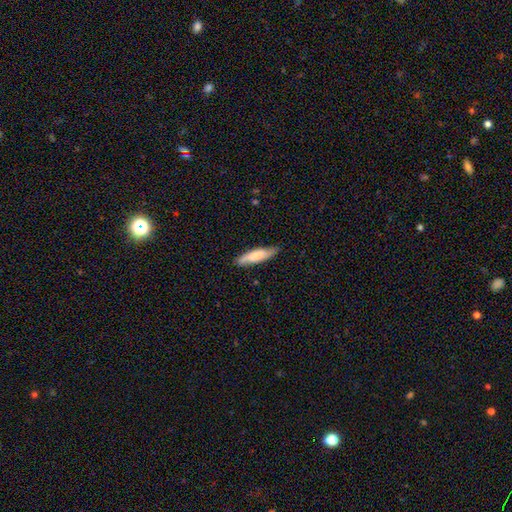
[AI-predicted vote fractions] Q: Smooth or featured?
A: smooth (72%); runner-up: featured or disk (22%)
Q: How rounded?
A: cigar-shaped (74%); runner-up: in between (24%)
Q: Merging?
A: none (82%); runner-up: minor disturbance (15%)